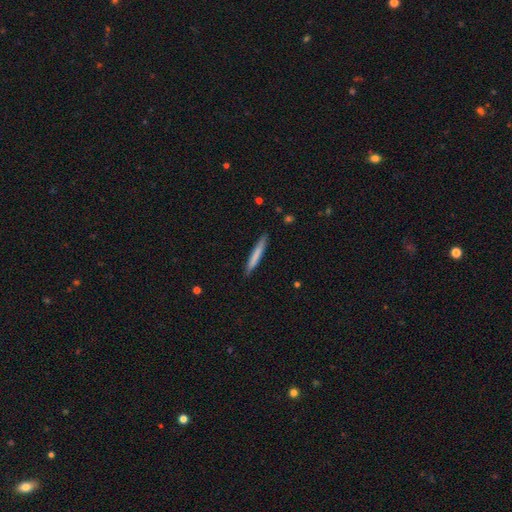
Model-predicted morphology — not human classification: A smooth galaxy with no disk features (72%) that is cigar-shaped (96%). Merging: none (89%).